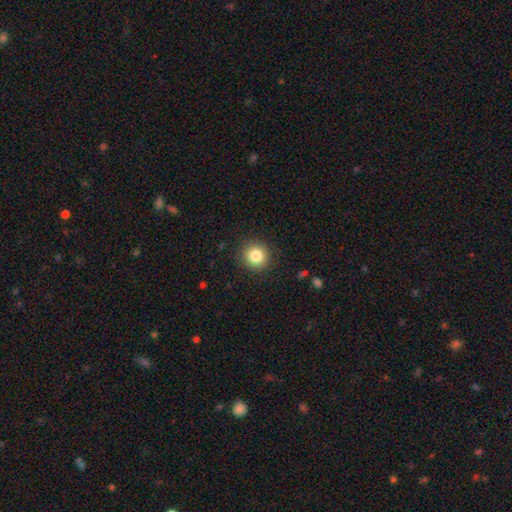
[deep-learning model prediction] A smooth galaxy with no disk features (84%) that is round (93%). Merging: none (90%).